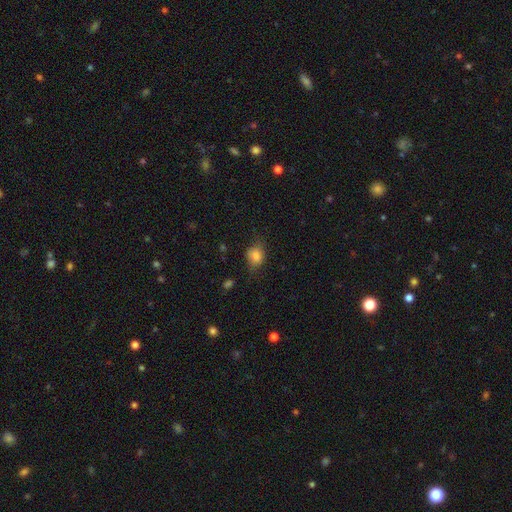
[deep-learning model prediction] smooth-or-featured: smooth: 79% | featured or disk: 11% | star or artifact: 10%
  how-rounded: in between: 51% | round: 47% | cigar-shaped: 2%
  merging: none: 60% | minor disturbance: 29% | major disturbance: 10% | merger: 2%